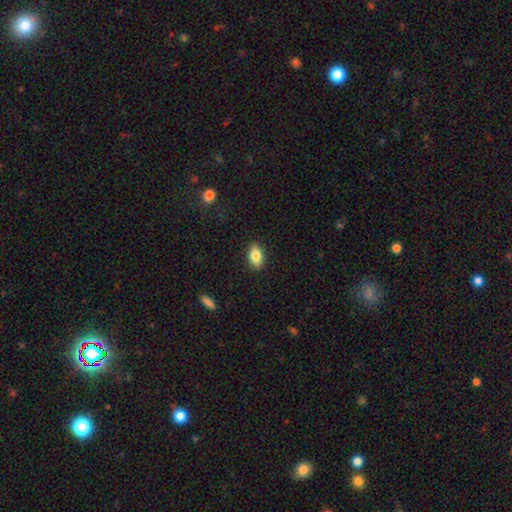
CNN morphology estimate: A smooth galaxy with no disk features (82%) that is in between round and cigar-shaped (88%).

Vote fractions:
- Smooth or featured? smooth: 82% / featured or disk: 11% / star or artifact: 8%
- How rounded? in between: 88% / round: 7% / cigar-shaped: 4%
- Merging? none: 88% / minor disturbance: 9% / major disturbance: 2% / merger: 1%